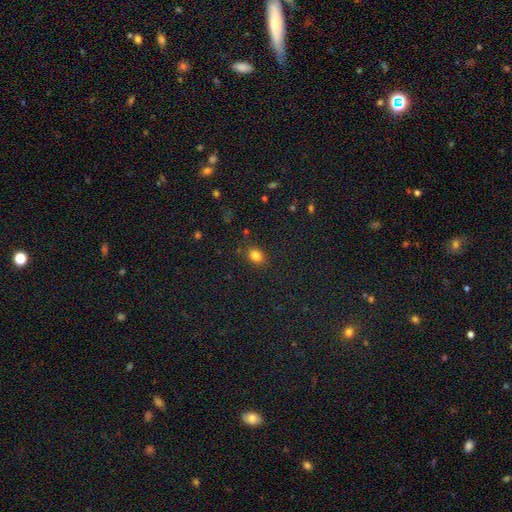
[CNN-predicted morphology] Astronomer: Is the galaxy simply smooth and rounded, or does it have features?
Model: smooth — 82%.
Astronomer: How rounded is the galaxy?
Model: in between — 59% (runner-up: round, 40%).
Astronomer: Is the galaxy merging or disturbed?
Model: none — 84%.